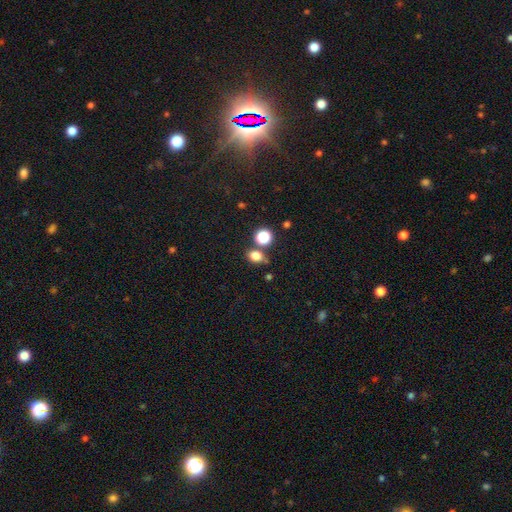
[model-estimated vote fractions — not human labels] A smooth galaxy with no disk features (78%) that is in between round and cigar-shaped (52%). Merging: none (66%).